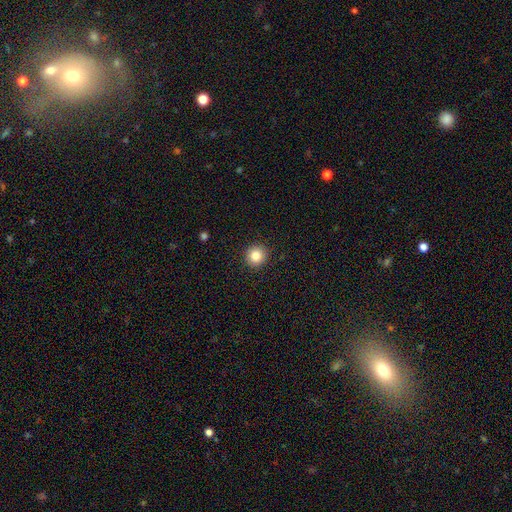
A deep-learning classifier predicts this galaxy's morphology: Overall: smooth (83%). How rounded: round (93%). Merging: none (91%).